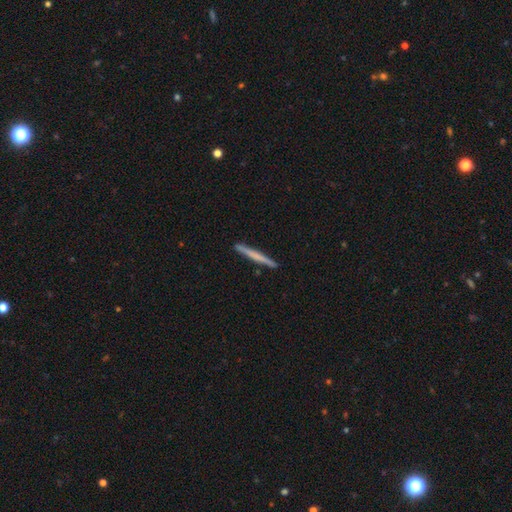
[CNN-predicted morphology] Smooth or featured? Predicted: smooth (p=0.53). How rounded? Predicted: cigar-shaped (p=0.97). Merging? Predicted: none (p=0.92).